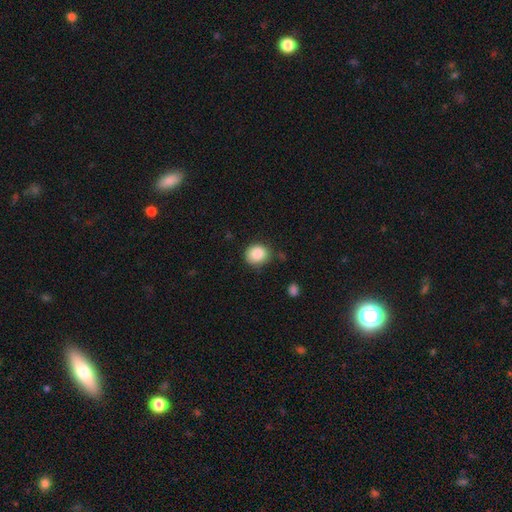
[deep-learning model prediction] This is clearly a smooth galaxy (88%). How rounded: likely round (75%). Merging: likely none (79%).